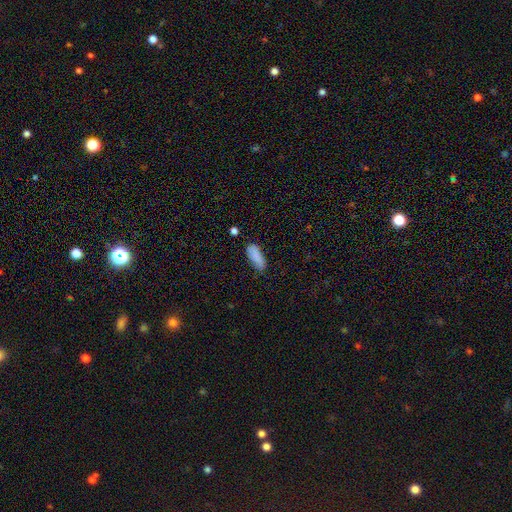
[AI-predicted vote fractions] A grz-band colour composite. It shows a smooth galaxy with no disk features (86%) that is in between round and cigar-shaped (73%). Merging: none (72%).